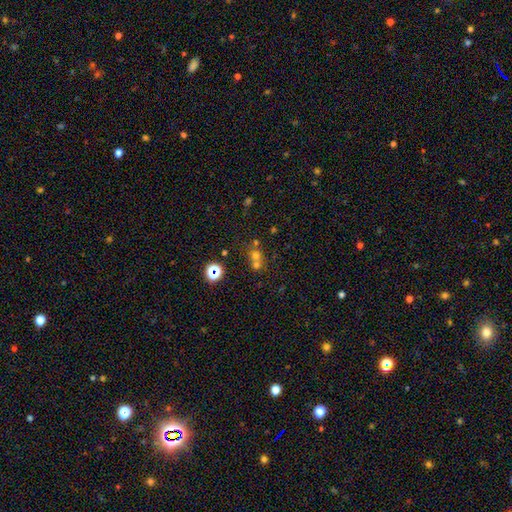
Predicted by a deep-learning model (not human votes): A smooth galaxy with no disk features (59%) that is round (84%). Merging: merger (50%).